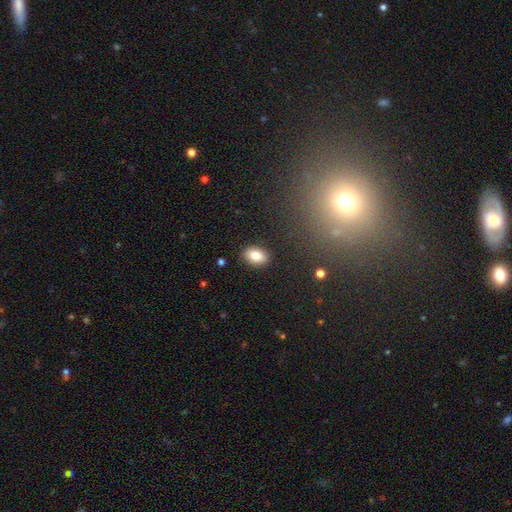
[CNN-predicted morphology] This is clearly a smooth galaxy (84%). How rounded: clearly in between (83%). Merging: clearly none (88%).